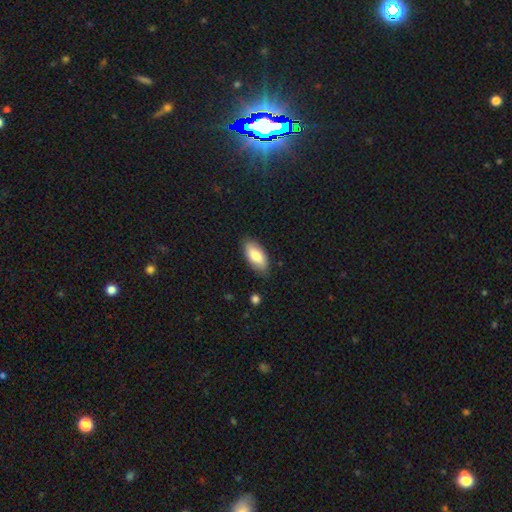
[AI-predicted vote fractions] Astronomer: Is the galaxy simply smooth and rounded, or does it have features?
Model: smooth — 79%.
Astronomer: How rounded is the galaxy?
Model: in between — 90%.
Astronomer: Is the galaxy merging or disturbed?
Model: none — 82%.